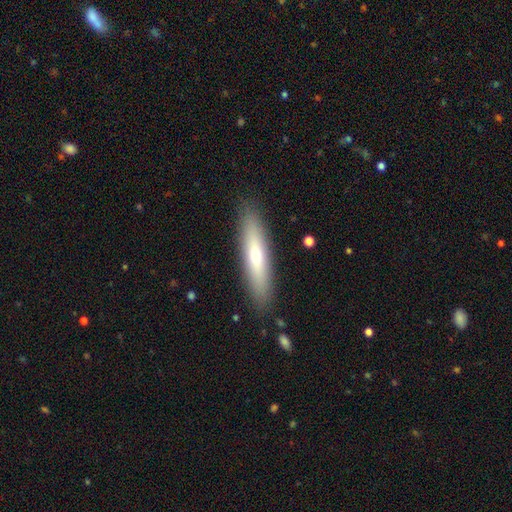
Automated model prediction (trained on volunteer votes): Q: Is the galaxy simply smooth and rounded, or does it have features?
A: smooth — 56%.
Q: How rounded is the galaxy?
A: cigar-shaped — 79%.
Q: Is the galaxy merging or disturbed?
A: none — 89%.